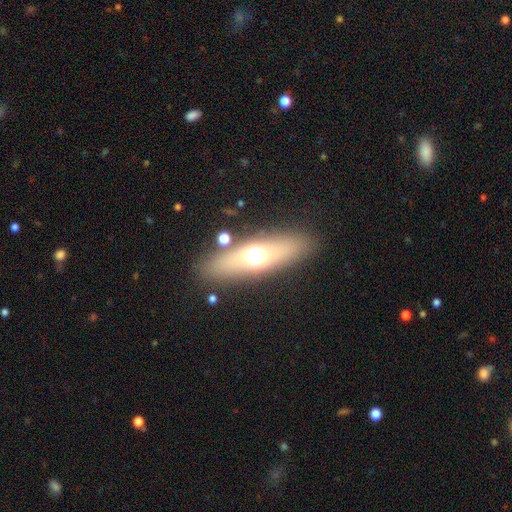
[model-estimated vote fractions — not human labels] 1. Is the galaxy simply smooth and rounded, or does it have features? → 51% smooth, 38% featured or disk, 12% star or artifact.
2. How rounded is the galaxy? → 49% in between, 44% cigar-shaped, 7% round.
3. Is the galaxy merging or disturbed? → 84% none, 8% minor disturbance, 4% major disturbance, 3% merger.